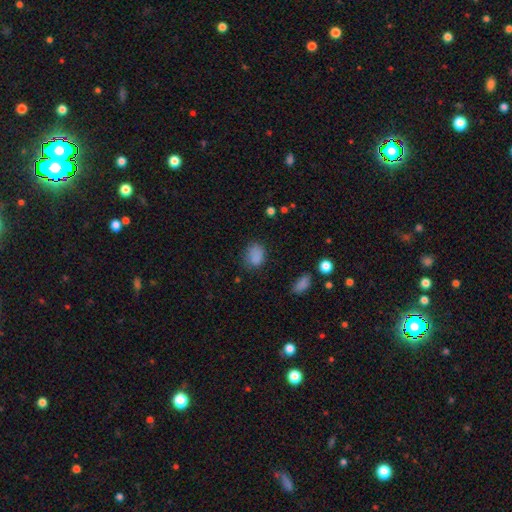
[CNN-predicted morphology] This is clearly a smooth galaxy (82%). How rounded: possibly in between (59%). Merging: likely none (65%).